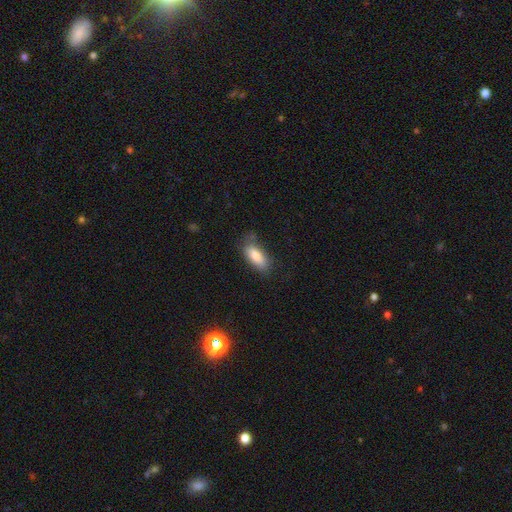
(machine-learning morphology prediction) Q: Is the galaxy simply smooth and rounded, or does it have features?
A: smooth — 82%.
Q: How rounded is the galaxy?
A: in between — 80%.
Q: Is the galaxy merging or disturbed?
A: none — 68%.